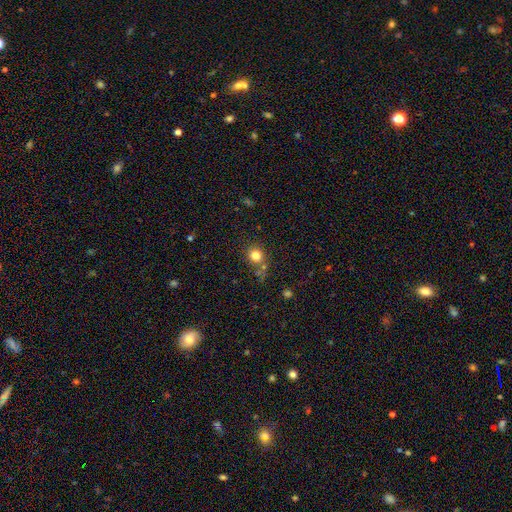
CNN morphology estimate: smooth-or-featured: smooth: 79% | star or artifact: 14% | featured or disk: 7%
  how-rounded: round: 82% | in between: 17% | cigar-shaped: 1%
  merging: none: 69% | minor disturbance: 14% | merger: 12% | major disturbance: 5%